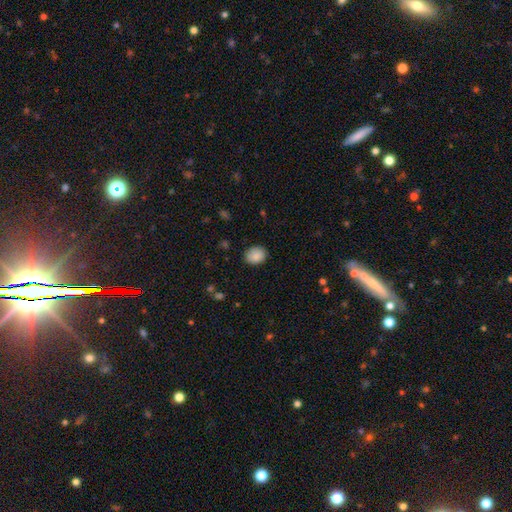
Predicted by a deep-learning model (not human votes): Overall: smooth (89%). How rounded: round (53%; in between 47%). Merging: none (85%).